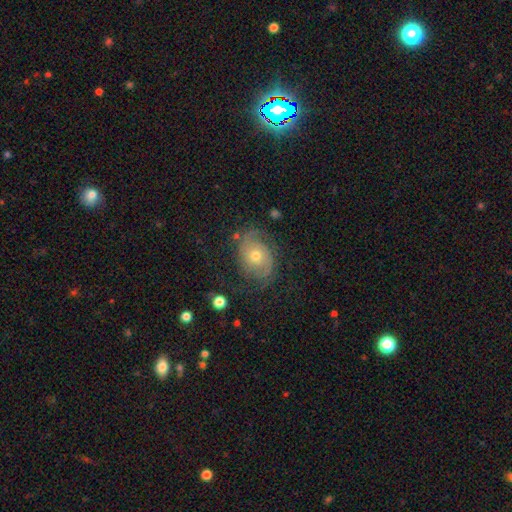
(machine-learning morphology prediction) Smooth or featured? featured or disk (73%)
Edge-on disk? no (97%)
Bar? no (80%)
Spiral arms? yes (89%)
Spiral winding? tight (41%)
Spiral arm count? 2 (73%)
Bulge size? moderate (57%)
Merging? none (69%)